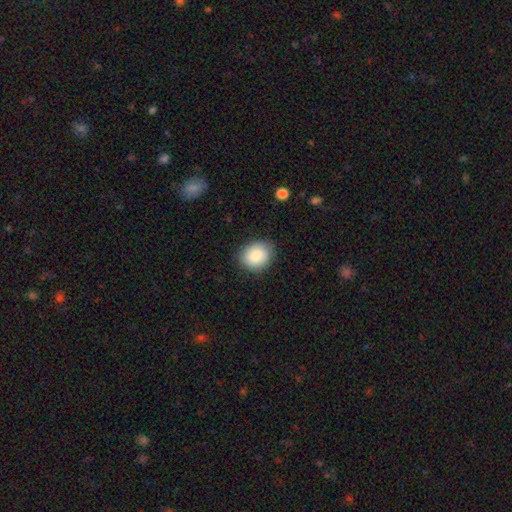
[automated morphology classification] This appears to be a smooth galaxy with no disk features (83%) that is round (61%). Merging: none (83%).